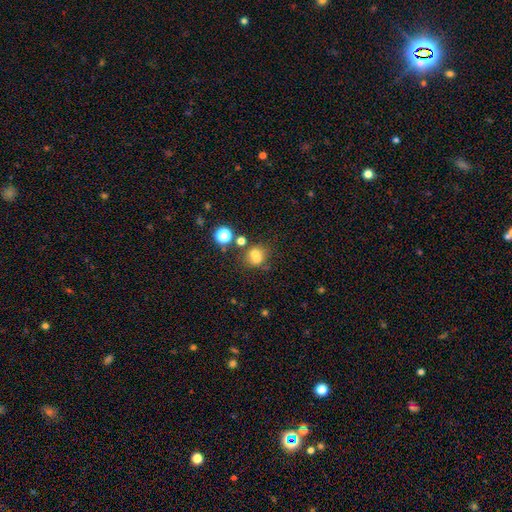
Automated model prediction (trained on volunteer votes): This is likely a smooth galaxy (65%). How rounded: likely round (74%). Merging: possibly merger (46%).